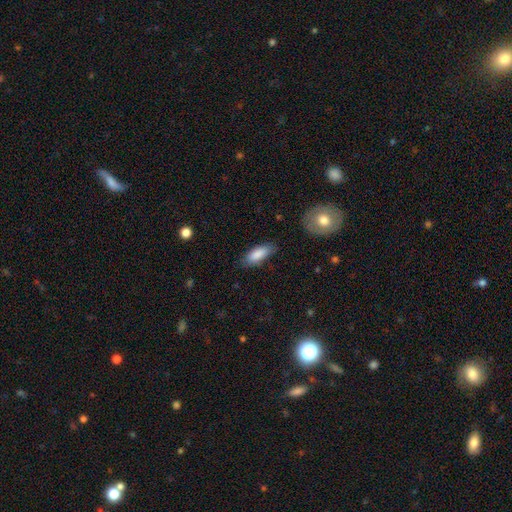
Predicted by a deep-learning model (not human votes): A smooth galaxy with no disk features (86%) that is in between round and cigar-shaped (73%). Merging: none (81%).